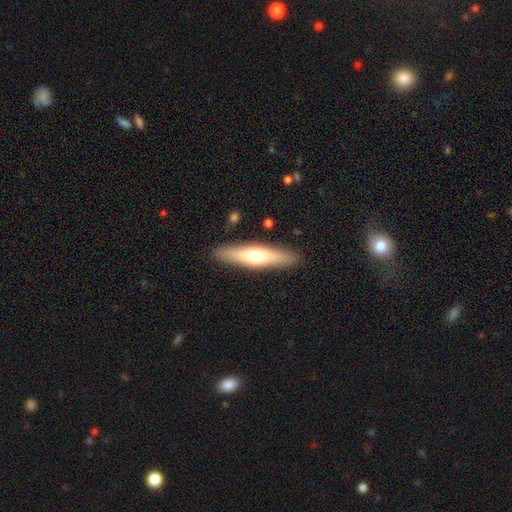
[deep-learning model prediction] This is possibly a smooth galaxy (54%). How rounded: likely cigar-shaped (78%). Merging: clearly none (89%).